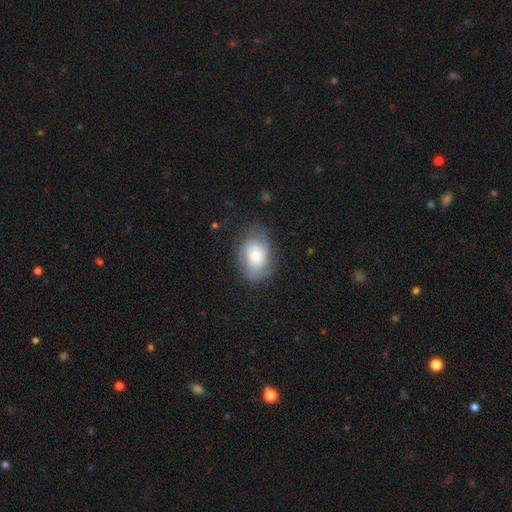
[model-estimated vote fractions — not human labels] Smooth or featured? Predicted: featured or disk (p=0.50). Edge-on disk? Predicted: no (p=0.96). Merging? Predicted: none (p=0.63).